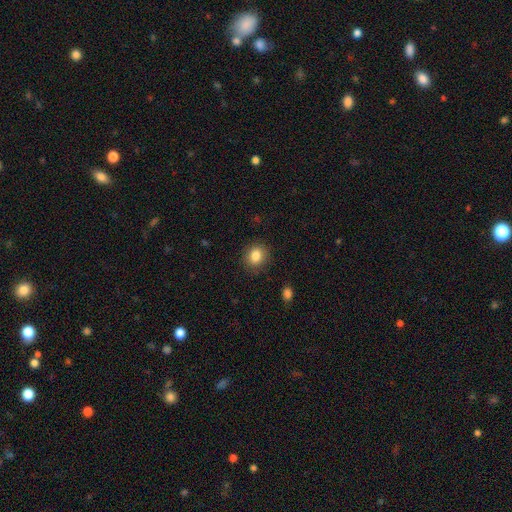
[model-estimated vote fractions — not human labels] smooth-or-featured: smooth: 84% | star or artifact: 10% | featured or disk: 6%
  how-rounded: round: 68% | in between: 31% | cigar-shaped: 1%
  merging: none: 87% | minor disturbance: 9% | major disturbance: 3% | merger: 1%